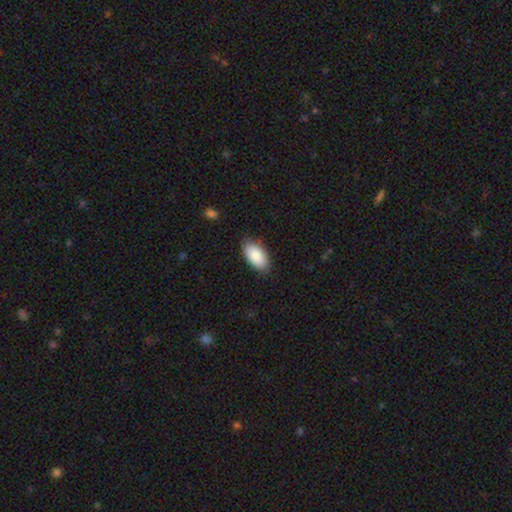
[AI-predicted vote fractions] smooth-or-featured: smooth: 86% | featured or disk: 9% | star or artifact: 6%
  how-rounded: in between: 95% | cigar-shaped: 3% | round: 2%
  merging: none: 82% | minor disturbance: 15% | major disturbance: 3% | merger: 1%